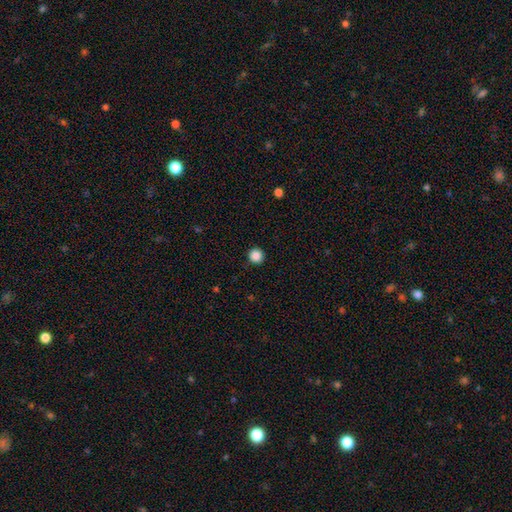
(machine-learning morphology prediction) smooth-or-featured: smooth: 87% | star or artifact: 10% | featured or disk: 3%
  how-rounded: round: 96% | in between: 3% | cigar-shaped: 1%
  merging: none: 92% | minor disturbance: 5% | major disturbance: 2% | merger: 1%